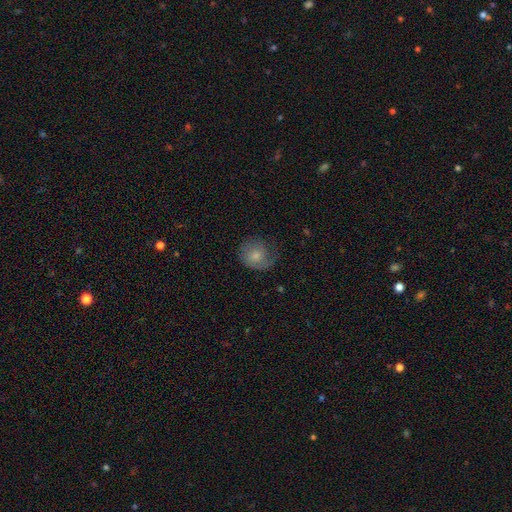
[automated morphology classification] This appears to be a smooth galaxy with no disk features (63%) that is round (81%). Merging: none (55%).